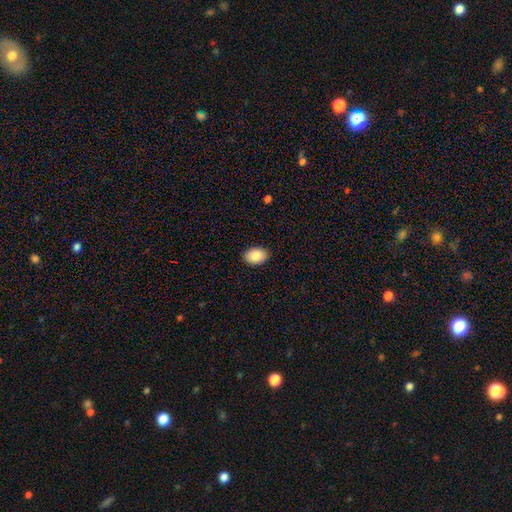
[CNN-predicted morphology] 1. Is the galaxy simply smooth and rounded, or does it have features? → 87% smooth, 7% star or artifact, 6% featured or disk.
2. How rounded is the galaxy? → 83% in between, 16% round, 1% cigar-shaped.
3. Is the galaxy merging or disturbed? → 90% none, 8% minor disturbance, 2% major disturbance, 1% merger.